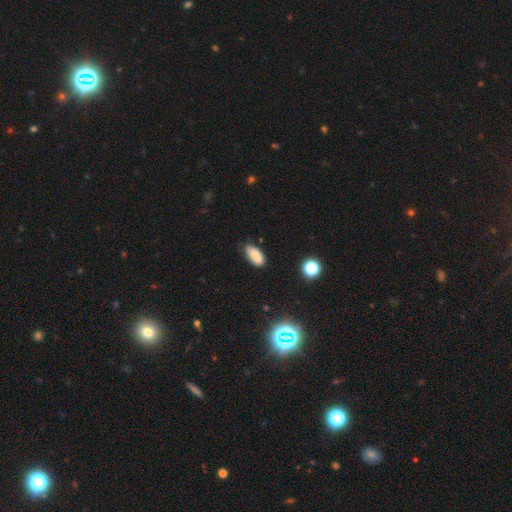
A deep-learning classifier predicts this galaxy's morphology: smooth_or_featured: smooth (p=0.84) [alt: star or artifact p=0.10]
how_rounded: in between (p=0.92) [alt: cigar-shaped p=0.05]
merging: none (p=0.72) [alt: minor disturbance p=0.23]